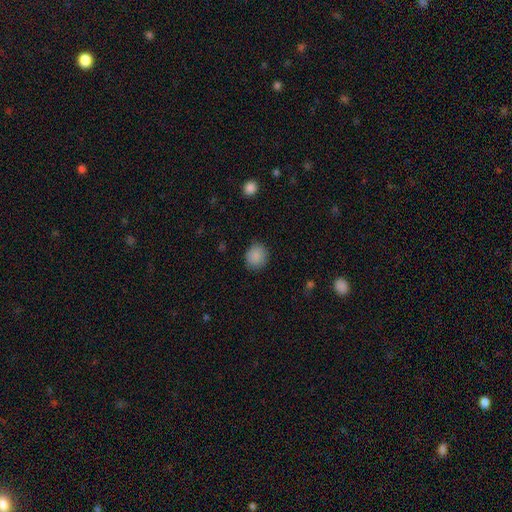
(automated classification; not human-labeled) A smooth galaxy with no disk features (88%) that is round (73%). Merging: none (85%).